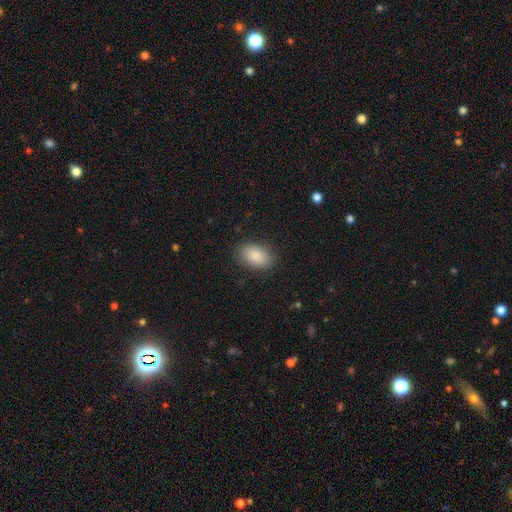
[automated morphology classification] smooth-or-featured: smooth: 88% | star or artifact: 7% | featured or disk: 5%
  how-rounded: in between: 90% | round: 9% | cigar-shaped: 1%
  merging: none: 85% | minor disturbance: 10% | major disturbance: 3% | merger: 1%